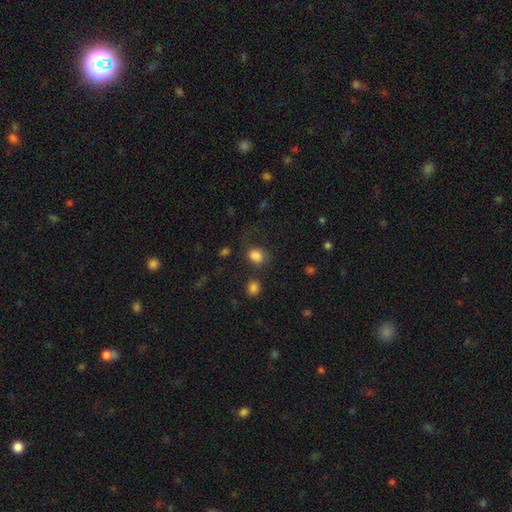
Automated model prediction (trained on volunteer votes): A smooth galaxy with no disk features (82%) that is round (56%). Merging: none (58%).